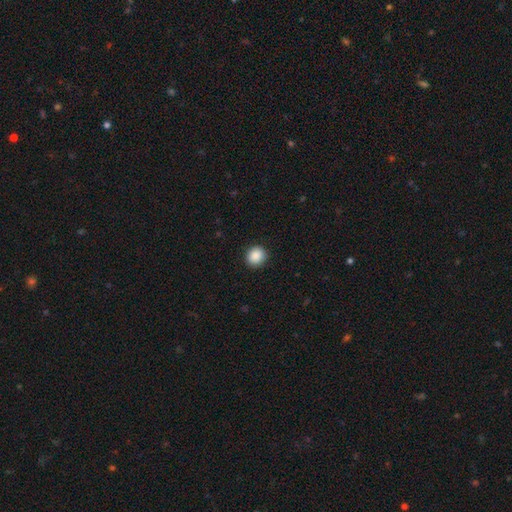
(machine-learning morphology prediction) A smooth galaxy with no disk features (89%) that is round (85%).

Vote fractions:
- Smooth or featured? smooth: 89% / star or artifact: 8% / featured or disk: 3%
- How rounded? round: 85% / in between: 14% / cigar-shaped: 1%
- Merging? none: 91% / minor disturbance: 6% / major disturbance: 2% / merger: 1%